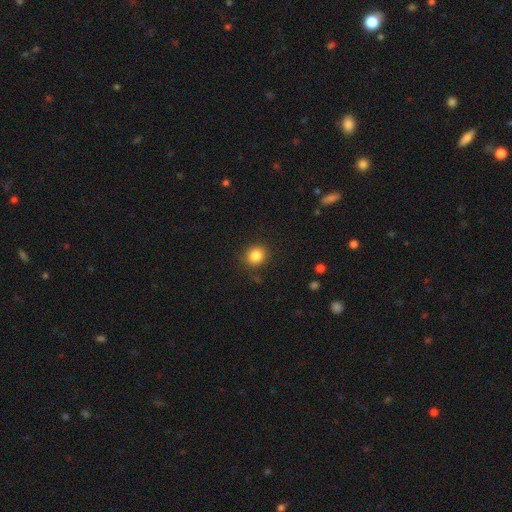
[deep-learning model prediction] Overall: smooth (85%). How rounded: round (81%). Merging: none (87%).